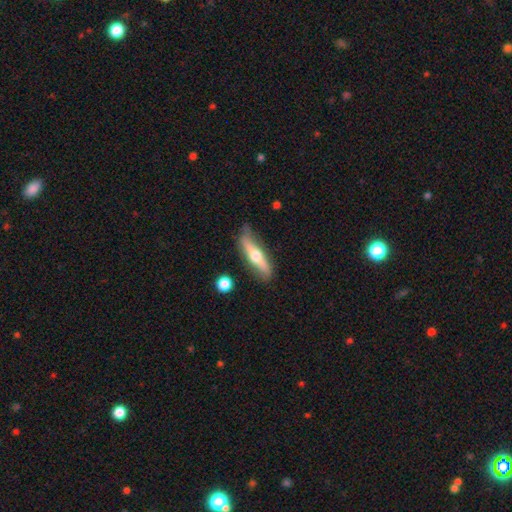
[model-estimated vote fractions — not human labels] Smooth or featured? featured or disk (53%)
Edge-on disk? yes (81%)
Merging? none (71%)